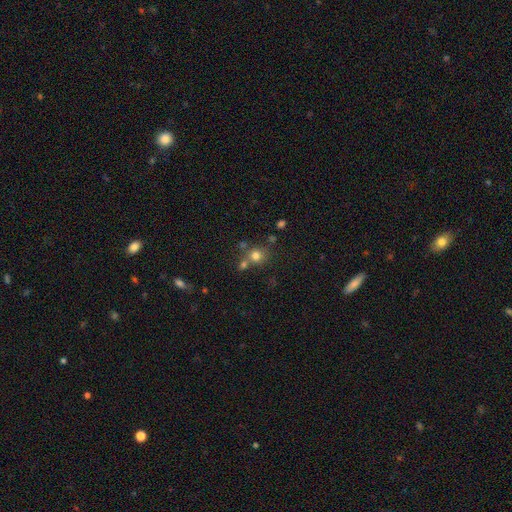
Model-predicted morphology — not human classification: Overall: smooth (74%). How rounded: round (85%). Merging: none (58%; merger 28%).